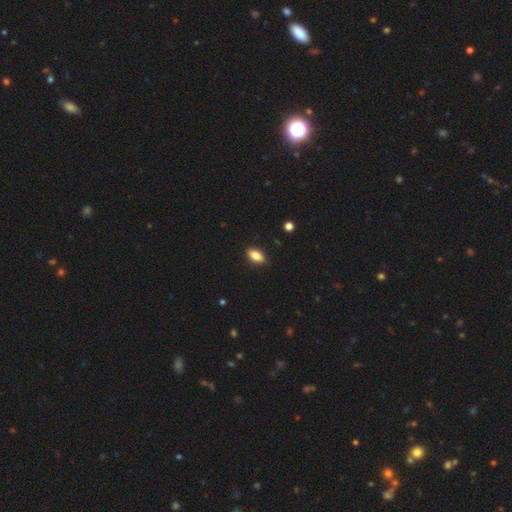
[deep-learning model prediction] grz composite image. It shows a smooth galaxy with no disk features (81%) that is in between round and cigar-shaped (87%). Merging: none (86%).